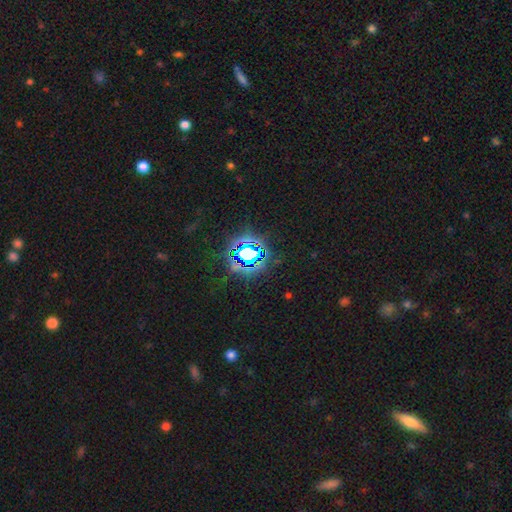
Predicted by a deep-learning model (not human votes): smooth-or-featured: star or artifact: 80% | smooth: 13% | featured or disk: 7%